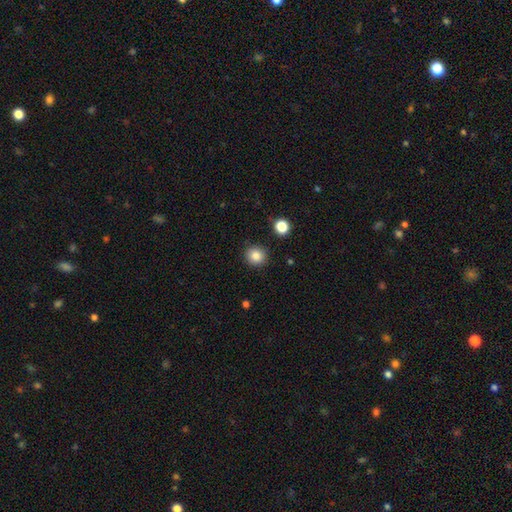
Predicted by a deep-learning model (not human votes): smooth-or-featured: smooth: 85% | star or artifact: 10% | featured or disk: 4%
  how-rounded: round: 91% | in between: 8% | cigar-shaped: 1%
  merging: none: 90% | minor disturbance: 6% | major disturbance: 2% | merger: 2%